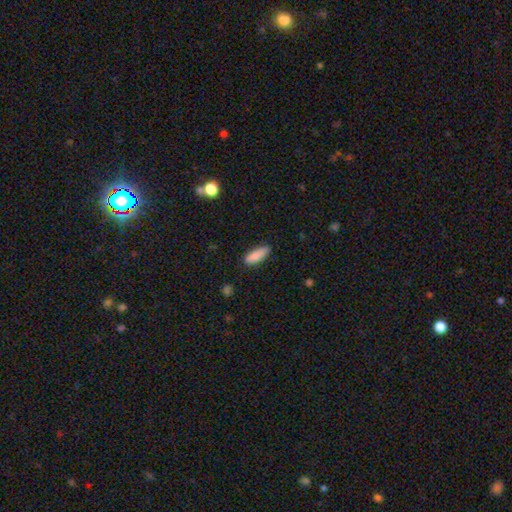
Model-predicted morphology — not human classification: The model was most divided on "how rounded": in between: 59%, cigar-shaped: 39%, round: 2%. More confident: smooth or featured — smooth (86%); merging — none (82%).